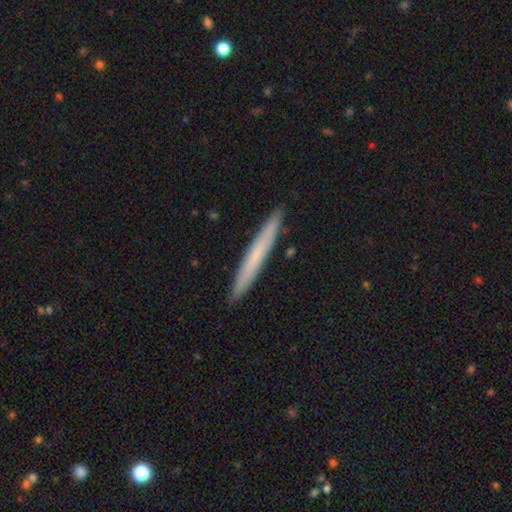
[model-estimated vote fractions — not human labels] smooth 62%, featured or disk 32%, star or artifact 6%. Down the decision tree: how rounded — cigar-shaped (97%); merging — none (91%).